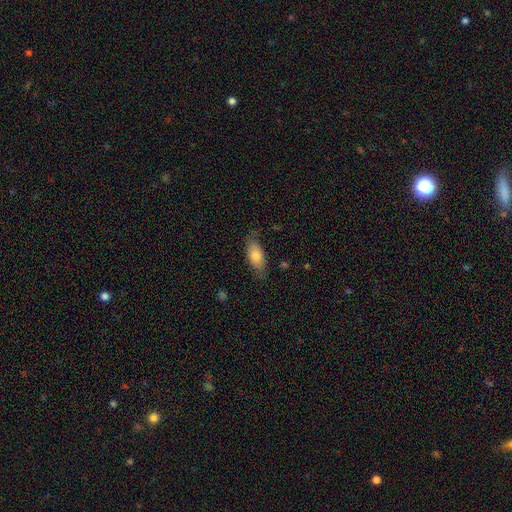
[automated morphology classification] smooth 77%, featured or disk 16%, star or artifact 7%. Down the decision tree: how rounded — in between (86%); merging — none (77%).